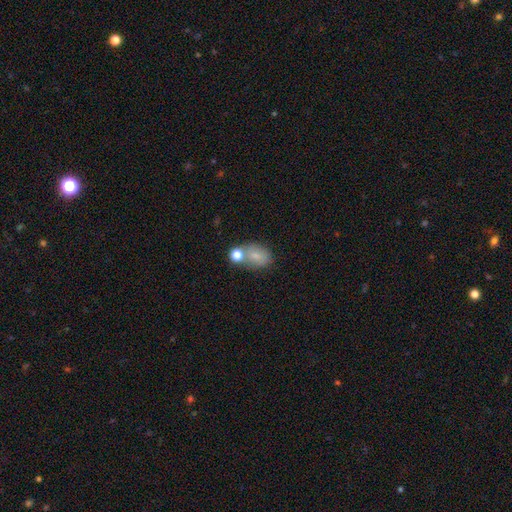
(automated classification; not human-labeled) Smooth or featured?
  - smooth: 75% *
  - featured or disk: 13%
  - star or artifact: 12%
How rounded?
  - in between: 69% *
  - round: 30%
  - cigar-shaped: 1%
Merging?
  - none: 50% *
  - merger: 27%
  - minor disturbance: 16%
  - major disturbance: 7%